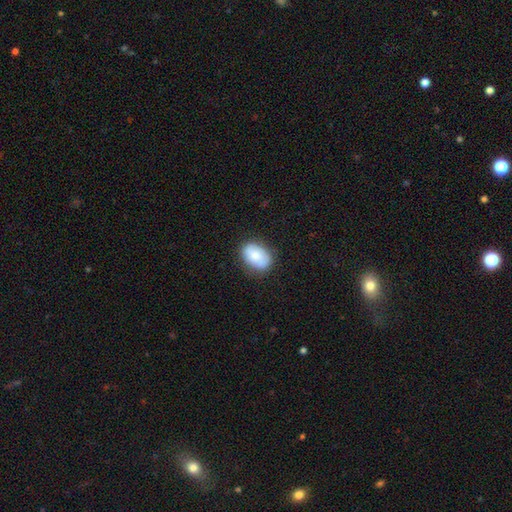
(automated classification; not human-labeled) Smooth or featured?
  - smooth: 73% *
  - featured or disk: 20%
  - star or artifact: 7%
How rounded?
  - in between: 81% *
  - round: 18%
  - cigar-shaped: 1%
Merging?
  - none: 77% *
  - minor disturbance: 18%
  - major disturbance: 4%
  - merger: 1%